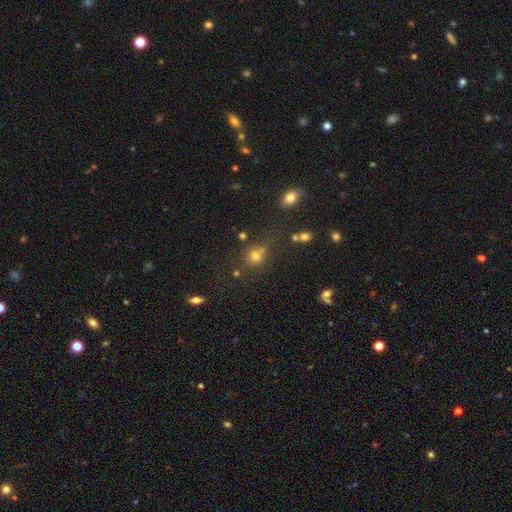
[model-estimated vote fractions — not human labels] The model was most divided on "merging": none: 54%, merger: 27%, minor disturbance: 12%, major disturbance: 7%. More confident: how rounded — round (82%); smooth or featured — smooth (69%).